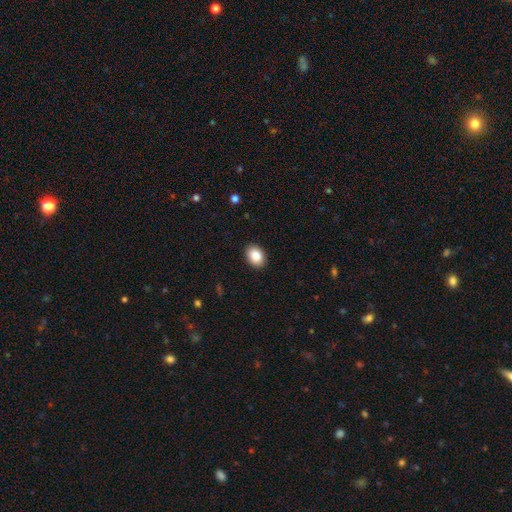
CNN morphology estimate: Smooth or featured: smooth — 87% (star or artifact — 8%)
How rounded: in between — 72% (round — 27%)
Merging: none — 91% (minor disturbance — 7%)